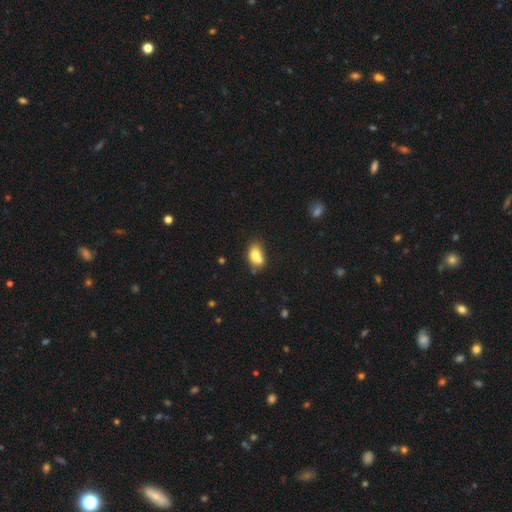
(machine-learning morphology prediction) Overall: smooth (75%). How rounded: in between (76%). Merging: none (41%; merger 34%).